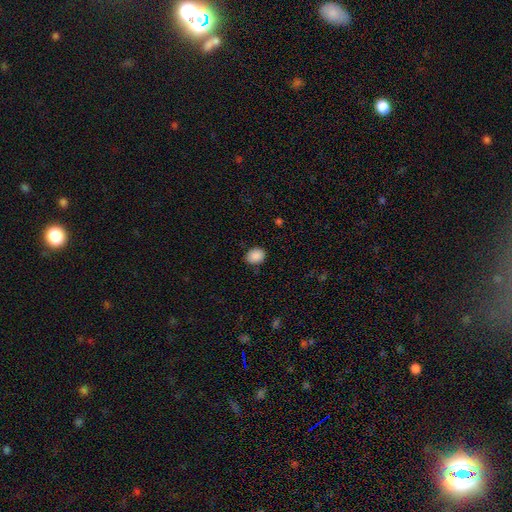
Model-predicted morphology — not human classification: Smooth or featured: smooth — 89% (star or artifact — 8%)
How rounded: in between — 50% (round — 49%)
Merging: none — 83% (minor disturbance — 13%)